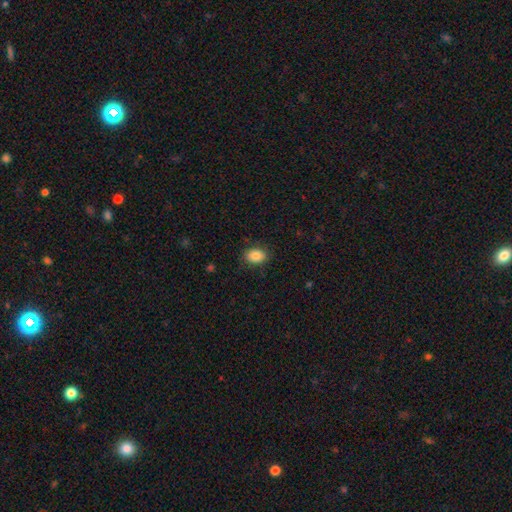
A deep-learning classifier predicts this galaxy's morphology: This is clearly a smooth galaxy (87%). How rounded: likely in between (75%). Merging: clearly none (84%).